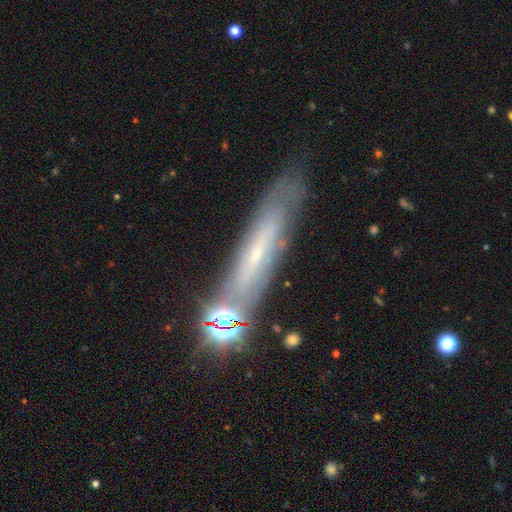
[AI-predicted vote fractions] smooth-or-featured: featured or disk: 62% | smooth: 24% | star or artifact: 13%
  disk-edge-on: yes: 59% | no: 41%
  merging: none: 74% | minor disturbance: 14% | merger: 7% | major disturbance: 4%